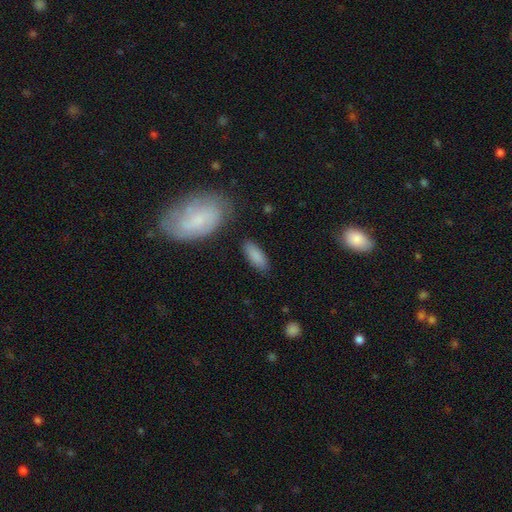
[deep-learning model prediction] Morphology: type=smooth (85%); roundness=in between (72%); merging=none (82%).